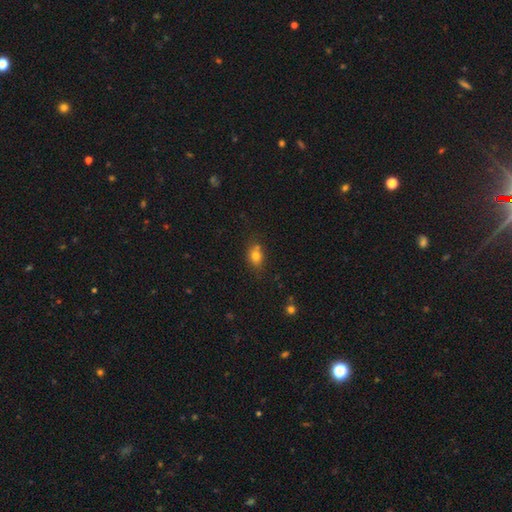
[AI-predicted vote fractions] Overall: smooth (78%). How rounded: in between (60%; round 38%). Merging: none (64%).